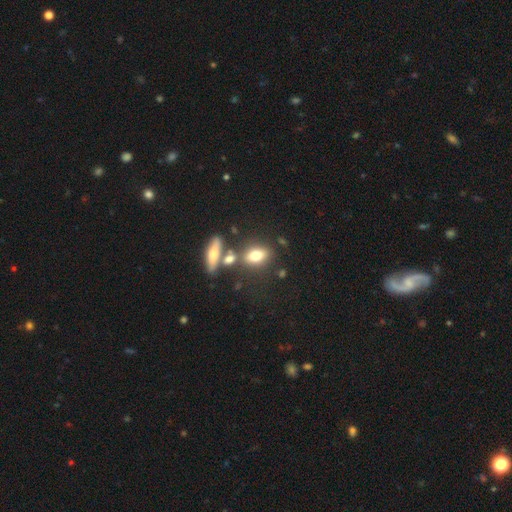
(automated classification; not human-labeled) A smooth galaxy with no disk features (72%) that is in between round and cigar-shaped (75%). Merging: none (61%).